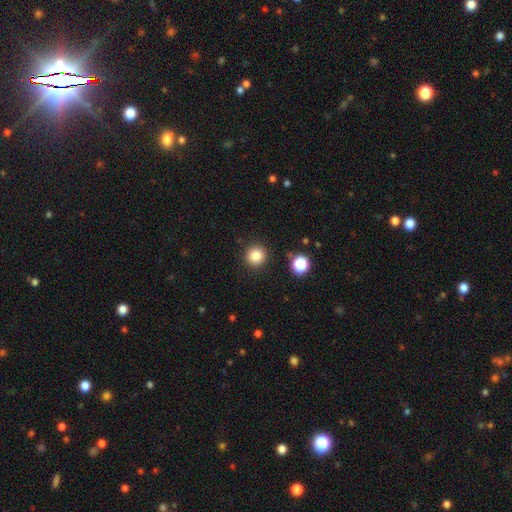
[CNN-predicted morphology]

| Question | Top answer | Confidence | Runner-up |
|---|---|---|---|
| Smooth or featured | smooth | 83% | star or artifact (12%) |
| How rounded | round | 93% | in between (6%) |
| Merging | none | 90% | minor disturbance (6%) |